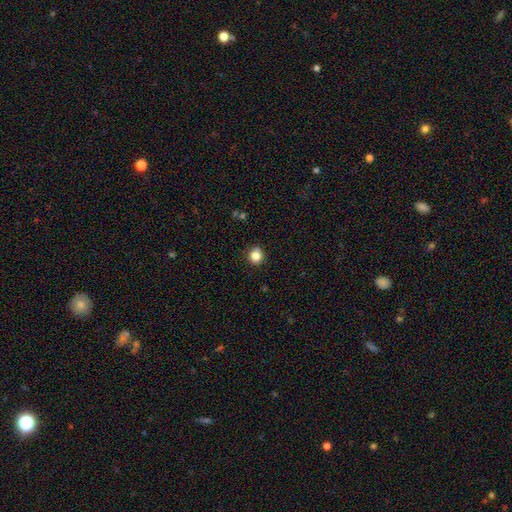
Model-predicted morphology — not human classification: A smooth galaxy with no disk features (83%) that is round (88%).

Vote fractions:
- Smooth or featured? smooth: 83% / star or artifact: 12% / featured or disk: 5%
- How rounded? round: 88% / in between: 11% / cigar-shaped: 1%
- Merging? none: 87% / minor disturbance: 10% / major disturbance: 2% / merger: 1%